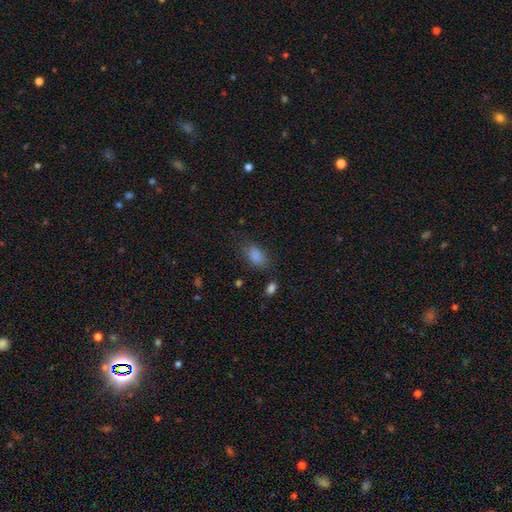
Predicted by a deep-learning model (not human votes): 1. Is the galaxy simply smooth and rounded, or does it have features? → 85% smooth, 10% star or artifact, 5% featured or disk.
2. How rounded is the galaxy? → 88% in between, 9% round, 3% cigar-shaped.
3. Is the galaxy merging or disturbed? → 72% none, 19% minor disturbance, 7% major disturbance, 3% merger.